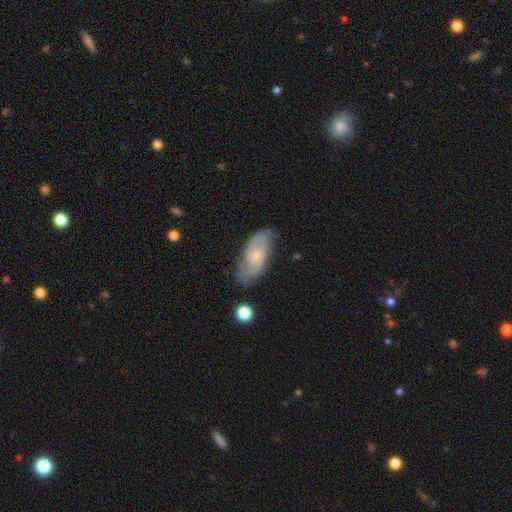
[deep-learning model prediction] Overall: featured or disk (74%). Edge-on disk: no (93%). Bar: no (60%; weak 35%). Spiral arms: yes (94%). Spiral arm count: 2 (84%). Spiral winding: medium (49%; tight 28%). Bulge size: small (62%; moderate 26%). Merging: none (76%).